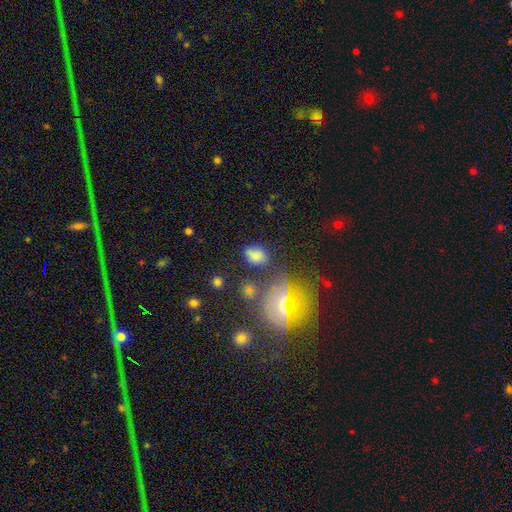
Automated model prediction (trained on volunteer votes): Q: Smooth or featured?
A: smooth (72%); runner-up: star or artifact (17%)
Q: How rounded?
A: in between (69%); runner-up: round (29%)
Q: Merging?
A: none (62%); runner-up: minor disturbance (21%)